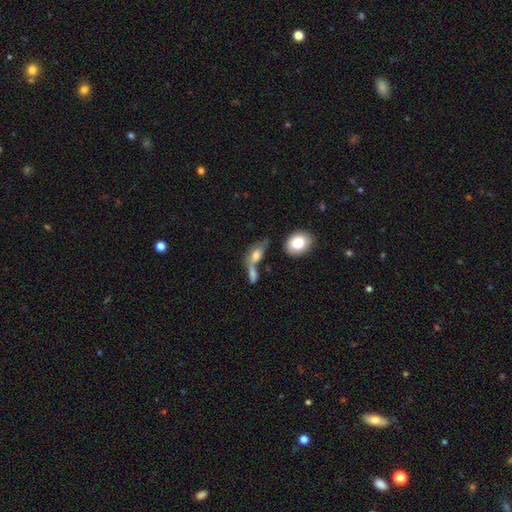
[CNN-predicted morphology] Smooth or featured: smooth — 65% (featured or disk — 24%)
How rounded: in between — 73% (cigar-shaped — 14%)
Merging: merger — 38% (none — 36%)